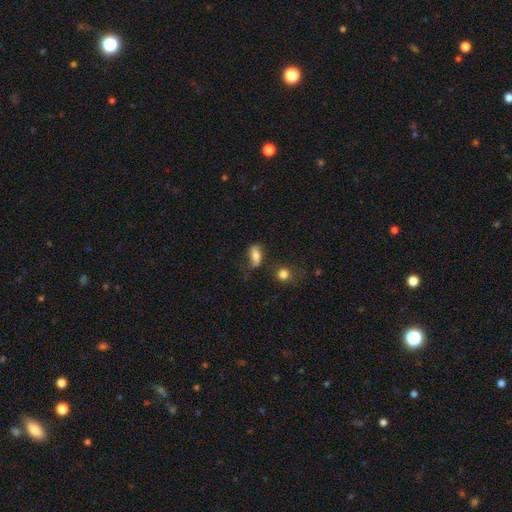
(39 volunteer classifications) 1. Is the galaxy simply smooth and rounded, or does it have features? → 59% smooth, 33% featured or disk, 8% star or artifact.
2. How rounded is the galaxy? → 83% in between, 13% cigar-shaped, 4% round.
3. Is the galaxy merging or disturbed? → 58% none, 25% minor disturbance, 14% major disturbance, 3% merger.